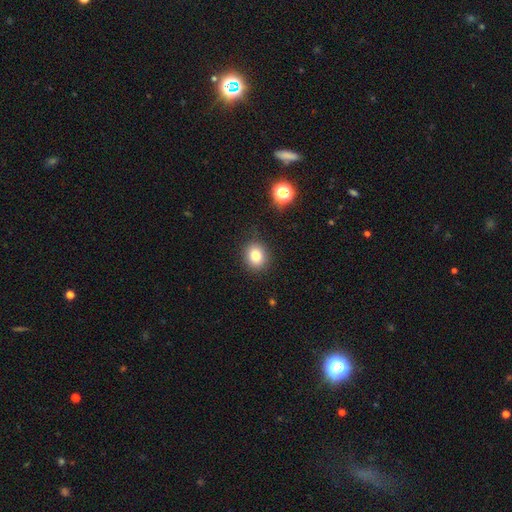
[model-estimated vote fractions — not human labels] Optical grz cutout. It shows a smooth galaxy with no disk features (81%) that is round (70%). Merging: none (87%).